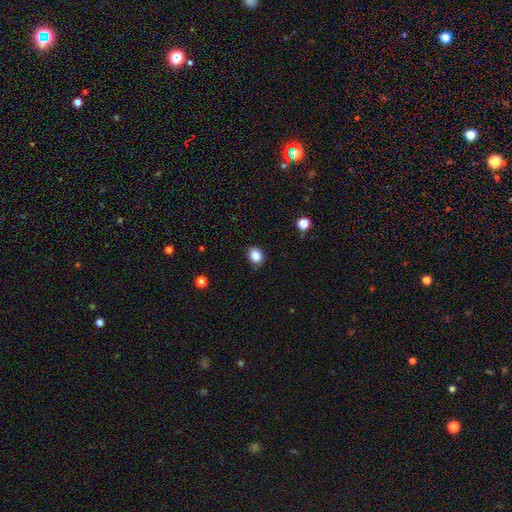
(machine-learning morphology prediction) This appears to be a smooth galaxy with no disk features (85%) that is round (50%). Merging: none (85%).